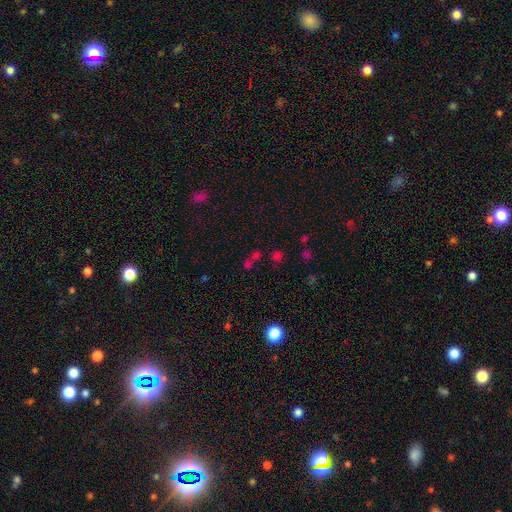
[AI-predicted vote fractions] smooth-or-featured: smooth: 46% | star or artifact: 43% | featured or disk: 11%
  merging: none: 49% | merger: 35% | minor disturbance: 9% | major disturbance: 7%